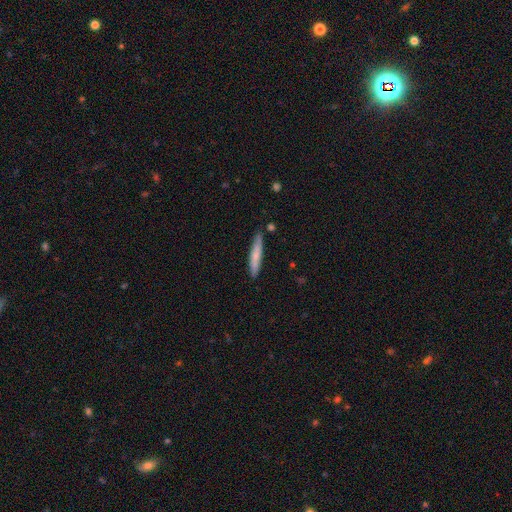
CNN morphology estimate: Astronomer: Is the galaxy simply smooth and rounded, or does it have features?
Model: smooth — 69%.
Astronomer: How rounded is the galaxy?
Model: cigar-shaped — 93%.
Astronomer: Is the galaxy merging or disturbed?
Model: none — 86%.